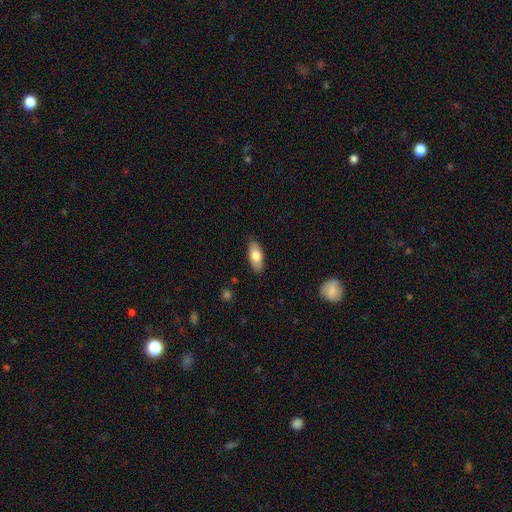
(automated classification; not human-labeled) Smooth or featured?
  - smooth: 77% *
  - featured or disk: 16%
  - star or artifact: 6%
How rounded?
  - in between: 86% *
  - cigar-shaped: 11%
  - round: 3%
Merging?
  - none: 87% *
  - minor disturbance: 10%
  - major disturbance: 2%
  - merger: 1%